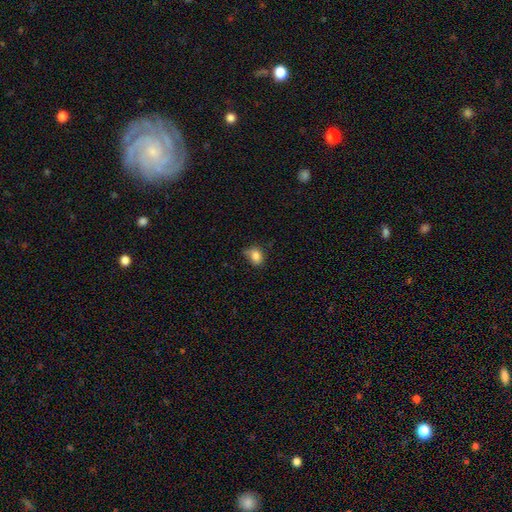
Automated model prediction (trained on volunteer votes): Smooth or featured?
  - smooth: 83% *
  - star or artifact: 10%
  - featured or disk: 7%
How rounded?
  - in between: 56% *
  - round: 43%
  - cigar-shaped: 1%
Merging?
  - none: 53% *
  - minor disturbance: 35%
  - major disturbance: 9%
  - merger: 3%